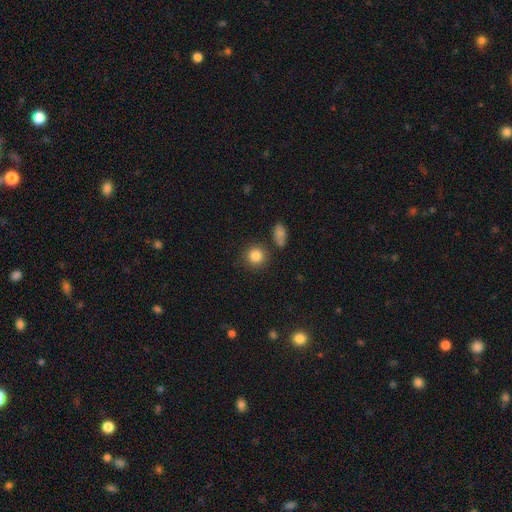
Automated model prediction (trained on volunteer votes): Smooth or featured? smooth (85%)
How rounded? round (90%)
Merging? none (82%)